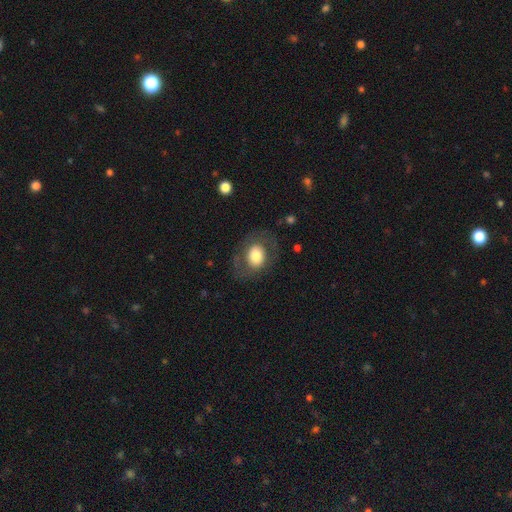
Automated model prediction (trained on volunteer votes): The model was most divided on "how rounded": in between: 56%, round: 43%, cigar-shaped: 1%. More confident: merging — none (75%); smooth or featured — smooth (66%).